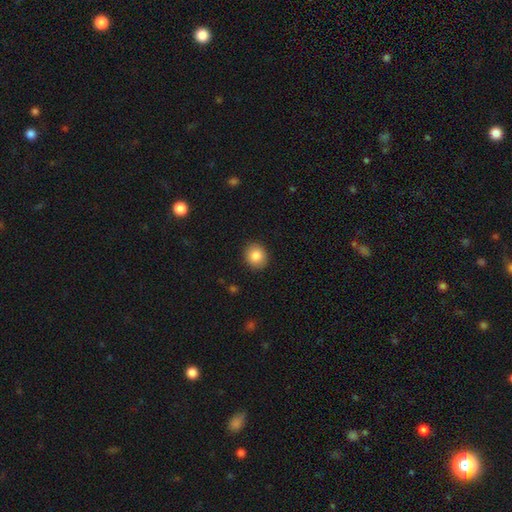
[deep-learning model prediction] Smooth or featured?
  - smooth: 85% *
  - star or artifact: 9%
  - featured or disk: 6%
How rounded?
  - round: 77% *
  - in between: 22%
  - cigar-shaped: 1%
Merging?
  - none: 91% *
  - minor disturbance: 6%
  - major disturbance: 2%
  - merger: 1%